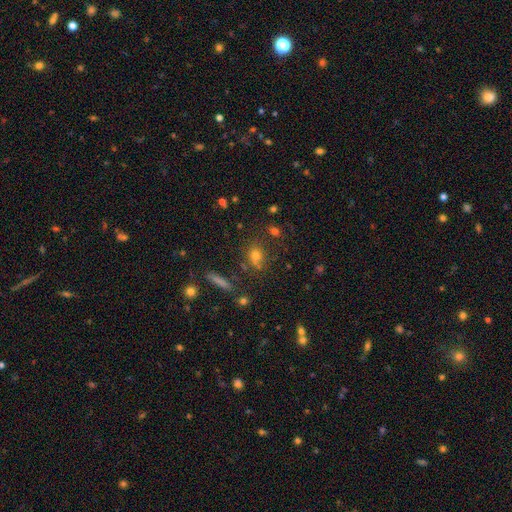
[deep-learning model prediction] Smooth or featured? smooth (60%)
How rounded? round (59%)
Merging? none (71%)